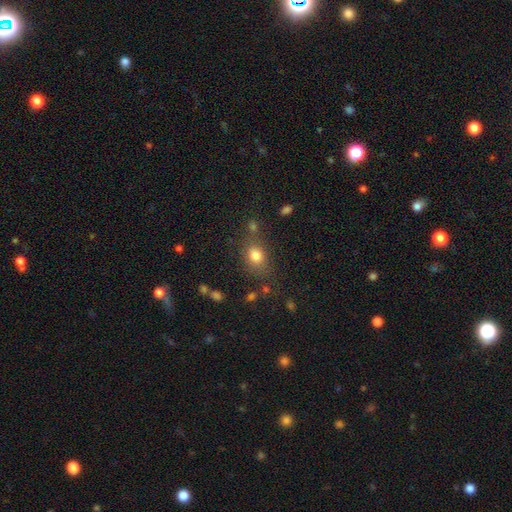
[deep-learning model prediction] A smooth galaxy with no disk features (79%) that is in between round and cigar-shaped (60%).

Vote fractions:
- Smooth or featured? smooth: 79% / star or artifact: 12% / featured or disk: 9%
- How rounded? in between: 60% / round: 38% / cigar-shaped: 2%
- Merging? none: 68% / minor disturbance: 16% / merger: 9% / major disturbance: 7%